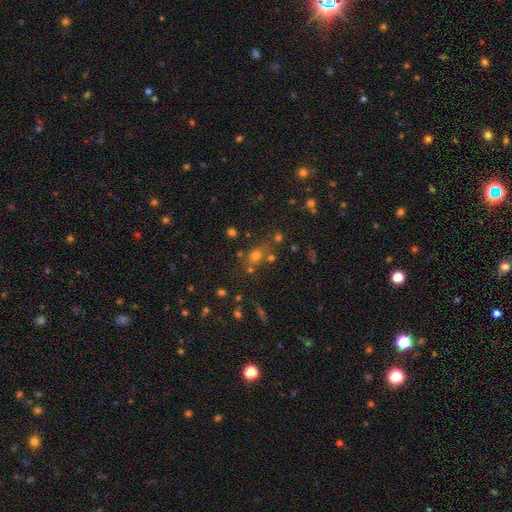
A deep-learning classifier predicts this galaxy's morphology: Smooth or featured? Predicted: smooth (p=0.59). How rounded? Predicted: round (p=0.74). Merging? Predicted: none (p=0.61).